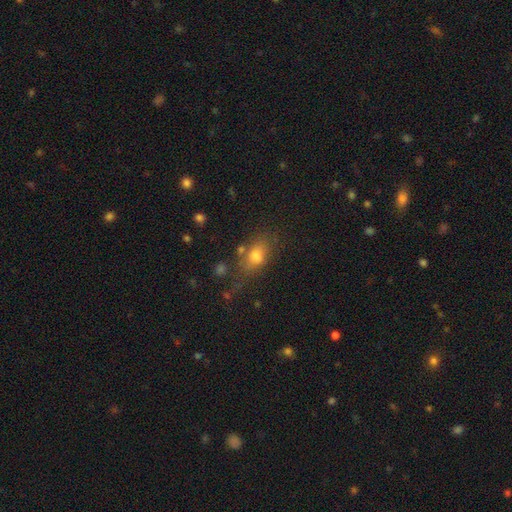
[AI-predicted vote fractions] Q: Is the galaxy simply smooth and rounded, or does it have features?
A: smooth — 74%.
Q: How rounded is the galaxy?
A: in between — 71%.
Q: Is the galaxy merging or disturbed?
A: none — 59%.